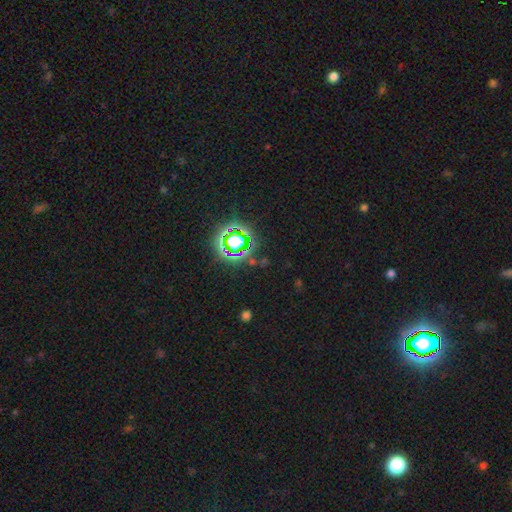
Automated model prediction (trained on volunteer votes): Smooth or featured?
  - star or artifact: 82% *
  - smooth: 12%
  - featured or disk: 6%